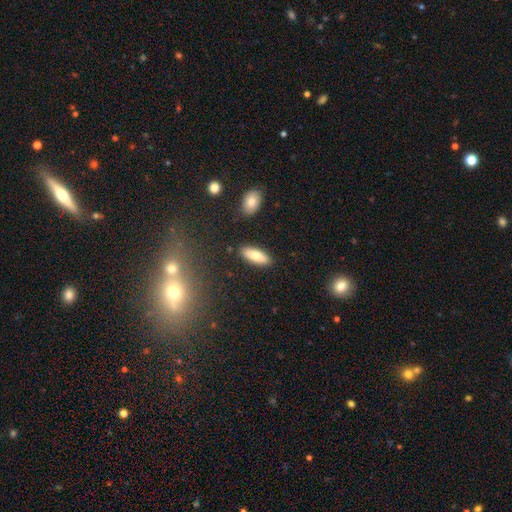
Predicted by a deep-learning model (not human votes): smooth_or_featured: smooth (p=0.78) [alt: featured or disk p=0.16]
how_rounded: in between (p=0.61) [alt: cigar-shaped p=0.37]
merging: none (p=0.87) [alt: minor disturbance p=0.09]